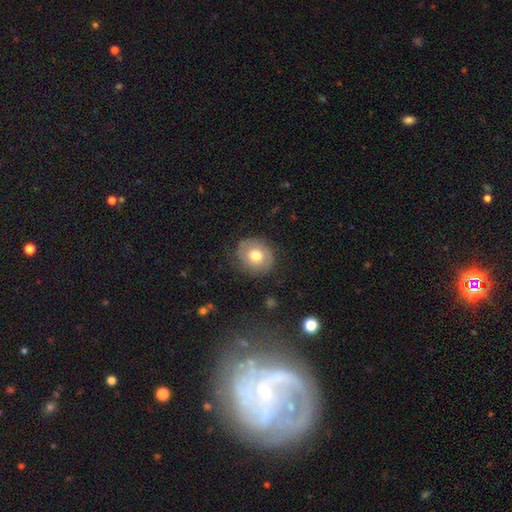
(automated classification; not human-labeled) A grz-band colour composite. It shows a smooth galaxy with no disk features (64%) that is round (76%). Merging: none (75%).